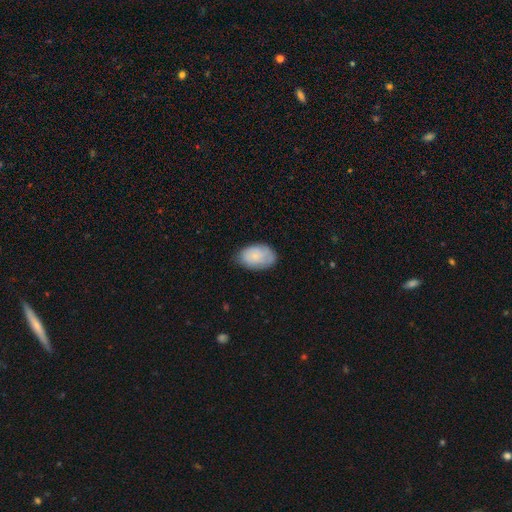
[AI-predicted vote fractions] Q: Smooth or featured?
A: smooth (71%); runner-up: featured or disk (23%)
Q: How rounded?
A: in between (90%); runner-up: round (8%)
Q: Merging?
A: none (71%); runner-up: minor disturbance (23%)